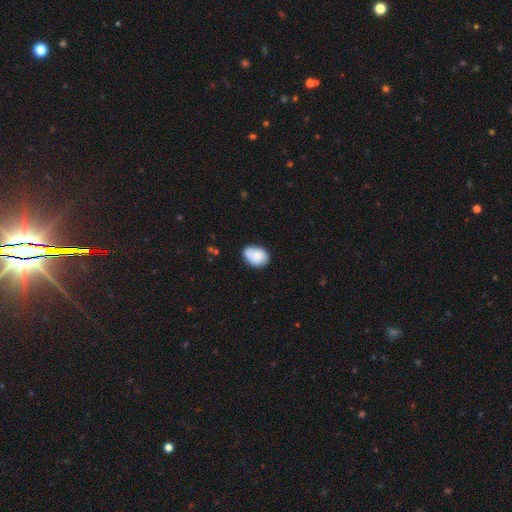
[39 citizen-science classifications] Smooth or featured: smooth — 64% (featured or disk — 31%)
How rounded: in between — 76% (round — 24%)
Merging: none — 59% (minor disturbance — 30%)